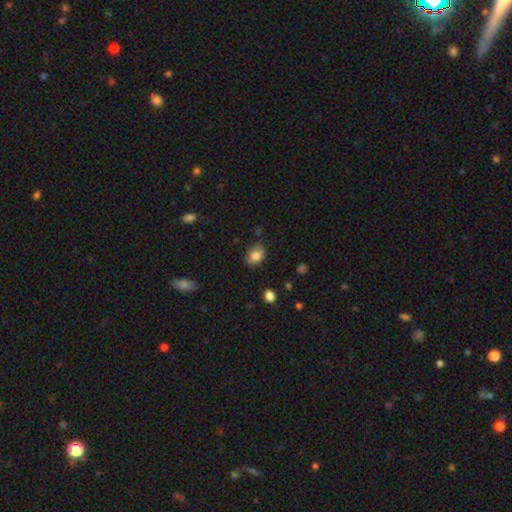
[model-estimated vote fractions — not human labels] smooth 83%, star or artifact 10%, featured or disk 7%. Down the decision tree: how rounded — in between (61%); merging — none (77%).